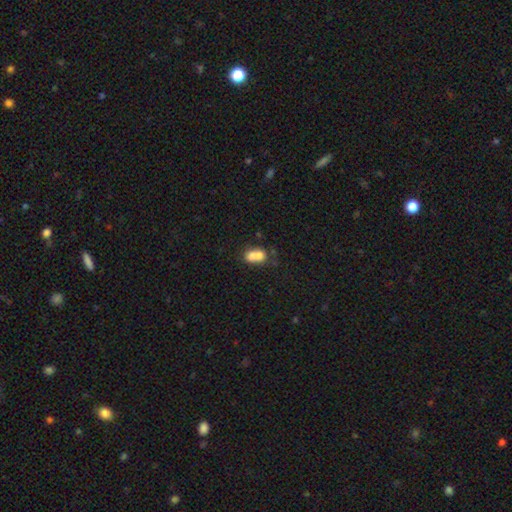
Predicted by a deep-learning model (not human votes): Q: Smooth or featured?
A: smooth (69%); runner-up: featured or disk (21%)
Q: How rounded?
A: in between (51%); runner-up: round (47%)
Q: Merging?
A: merger (66%); runner-up: none (23%)